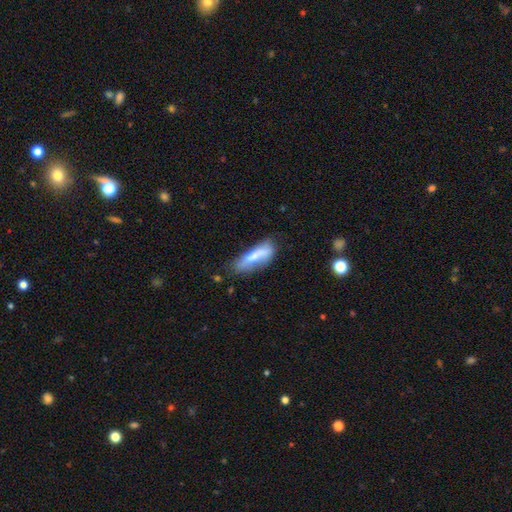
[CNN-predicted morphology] smooth_or_featured: smooth (p=0.67) [alt: featured or disk p=0.26]
how_rounded: cigar-shaped (p=0.51) [alt: in between p=0.47]
merging: none (p=0.51) [alt: minor disturbance p=0.29]